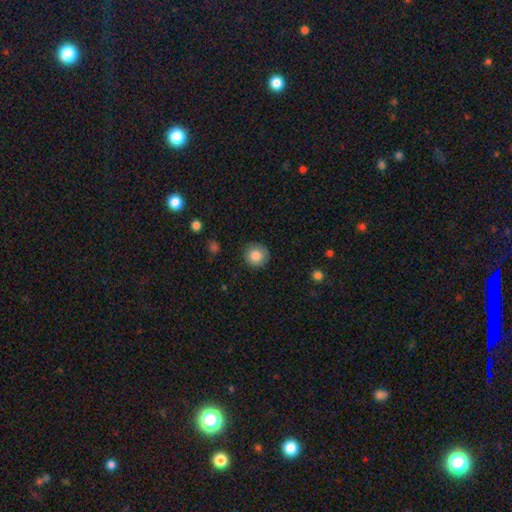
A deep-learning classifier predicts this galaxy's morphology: smooth_or_featured: smooth (p=0.84) [alt: star or artifact p=0.09]
how_rounded: round (p=0.93) [alt: in between p=0.06]
merging: none (p=0.87) [alt: minor disturbance p=0.09]